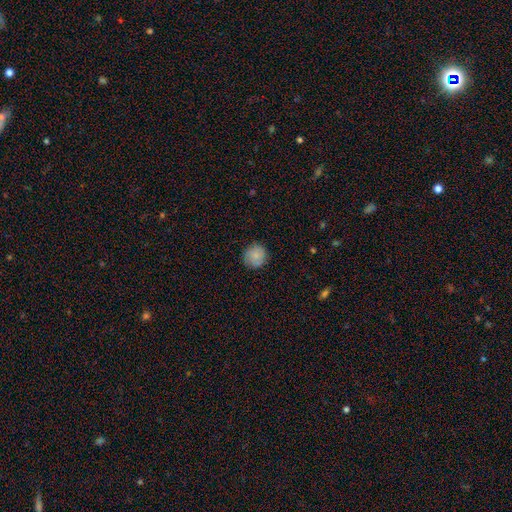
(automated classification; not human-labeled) This appears to be a smooth galaxy with no disk features (81%) that is round (91%). Merging: none (85%).